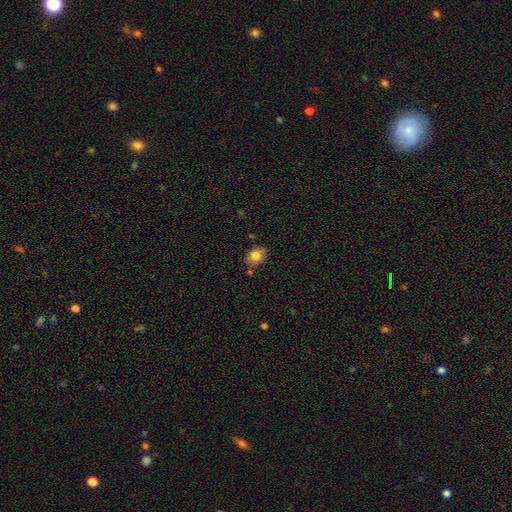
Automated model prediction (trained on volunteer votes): A smooth galaxy with no disk features (81%) that is in between round and cigar-shaped (66%). Merging: none (80%).